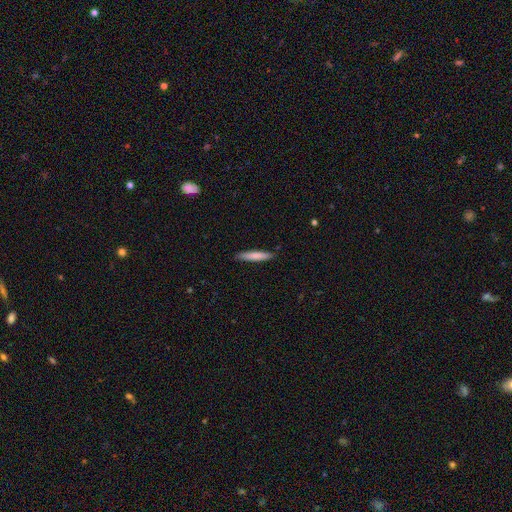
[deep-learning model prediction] Smooth or featured?
  - smooth: 77% *
  - featured or disk: 17%
  - star or artifact: 5%
How rounded?
  - cigar-shaped: 92% *
  - in between: 7%
  - round: 1%
Merging?
  - none: 89% *
  - minor disturbance: 8%
  - major disturbance: 1%
  - merger: 1%